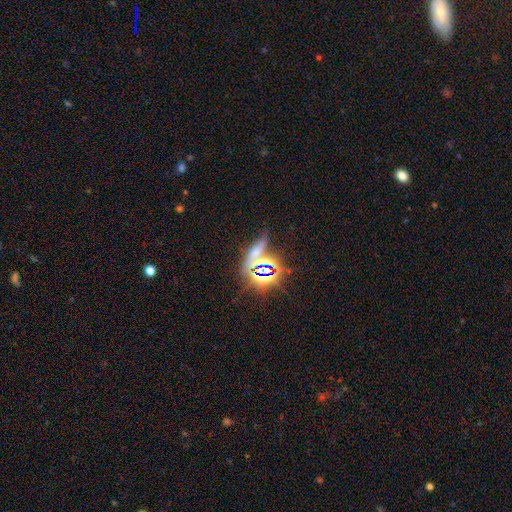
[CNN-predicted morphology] A star or artifact, not a galaxy (54%).

Vote fractions:
- Smooth or featured? star or artifact: 54% / smooth: 30% / featured or disk: 16%